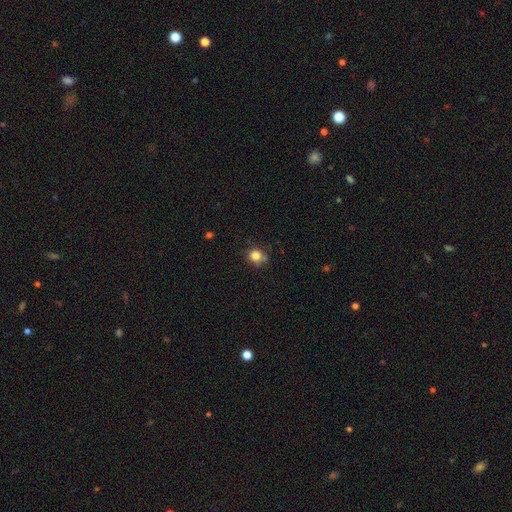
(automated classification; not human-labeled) Morphology: type=smooth (80%); roundness=round (84%); merging=none (69%).